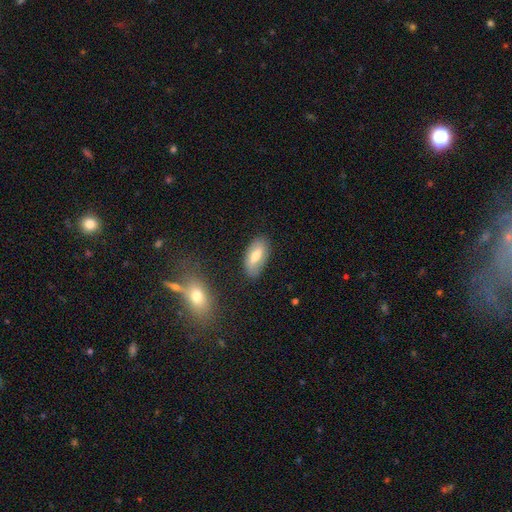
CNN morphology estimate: smooth 67%, featured or disk 26%, star or artifact 7%. Down the decision tree: how rounded — in between (91%); merging — none (80%).